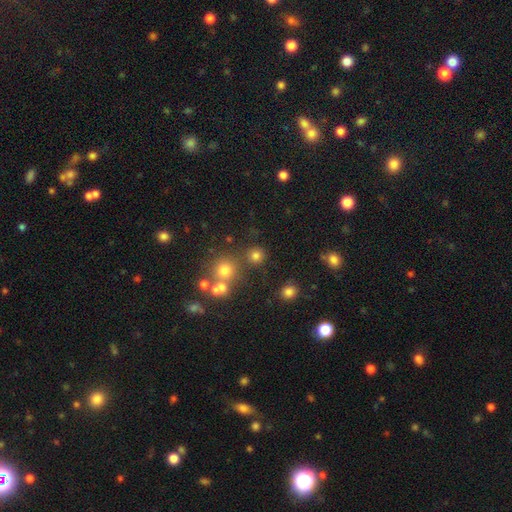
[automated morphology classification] A smooth galaxy with no disk features (76%) that is round (92%). Merging: none (79%).